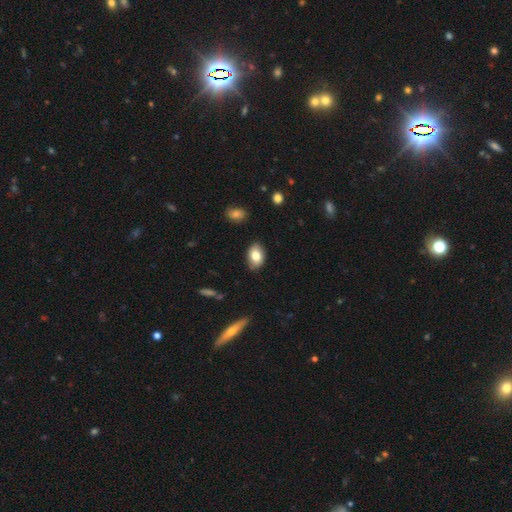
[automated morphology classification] Q: Smooth or featured?
A: smooth (80%); runner-up: featured or disk (13%)
Q: How rounded?
A: in between (88%); runner-up: round (11%)
Q: Merging?
A: none (84%); runner-up: minor disturbance (13%)